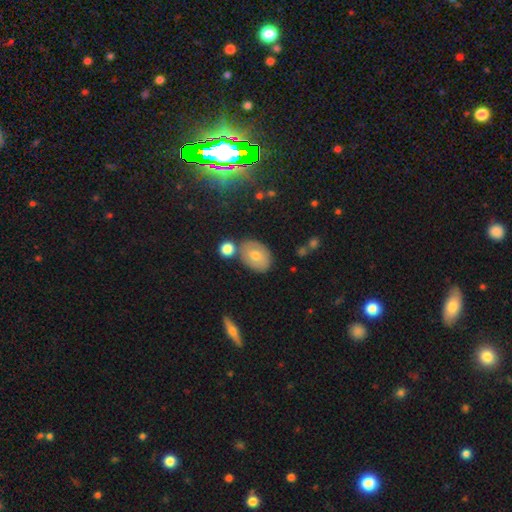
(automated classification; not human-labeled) smooth_or_featured: smooth (p=0.62) [alt: featured or disk p=0.29]
how_rounded: in between (p=0.75) [alt: round p=0.23]
merging: none (p=0.71) [alt: minor disturbance p=0.14]